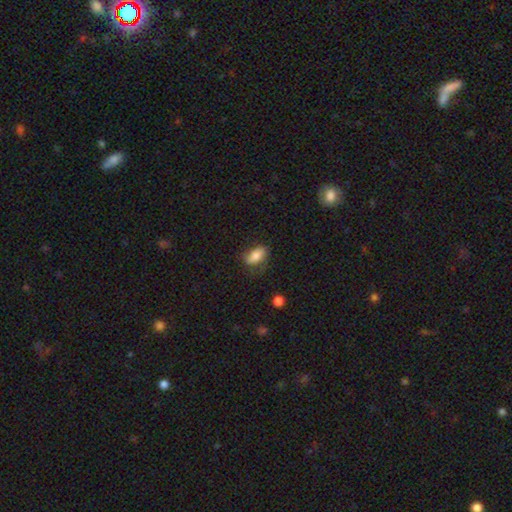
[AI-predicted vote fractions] This appears to be a smooth galaxy with no disk features (79%) that is in between round and cigar-shaped (89%). Merging: none (67%).